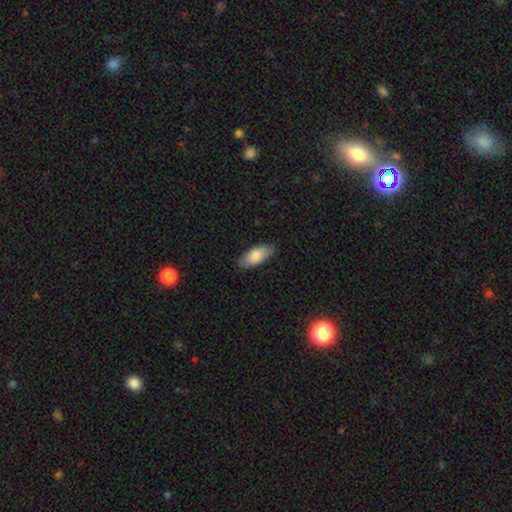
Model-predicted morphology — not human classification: type=smooth (83%); roundness=in between (85%); merging=none (85%).